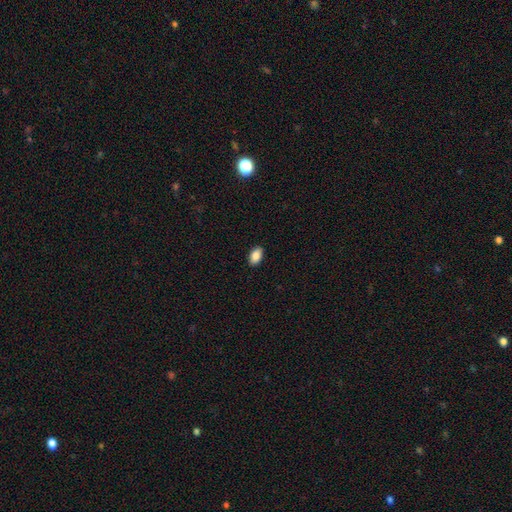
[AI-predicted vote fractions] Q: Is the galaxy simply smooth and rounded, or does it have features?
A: smooth — 87%.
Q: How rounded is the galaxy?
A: in between — 93%.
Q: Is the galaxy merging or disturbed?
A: none — 89%.